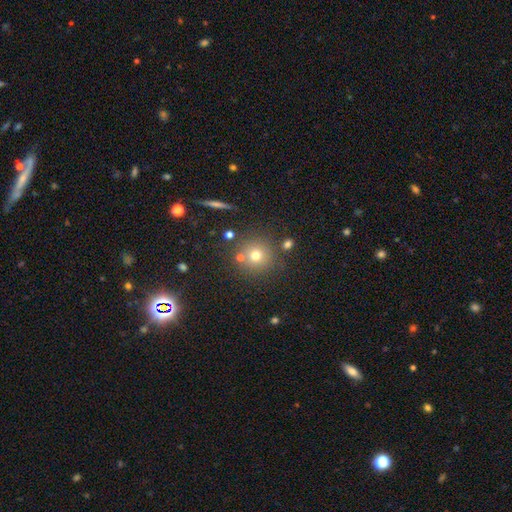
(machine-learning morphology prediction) Smooth or featured: smooth — 68% (star or artifact — 19%)
How rounded: round — 94% (in between — 5%)
Merging: none — 79% (merger — 9%)